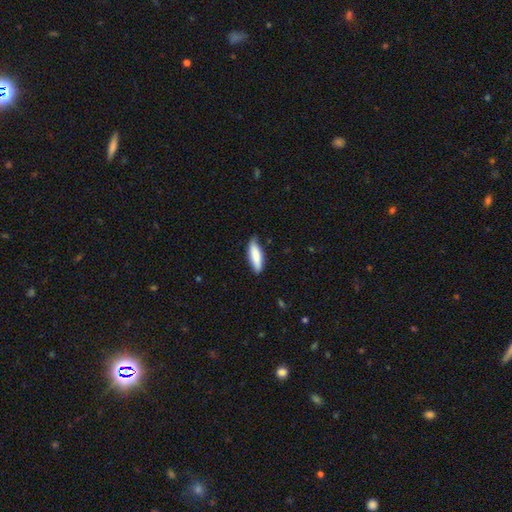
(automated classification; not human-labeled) This appears to be a smooth galaxy with no disk features (83%) that is in between round and cigar-shaped (50%). Merging: none (74%).